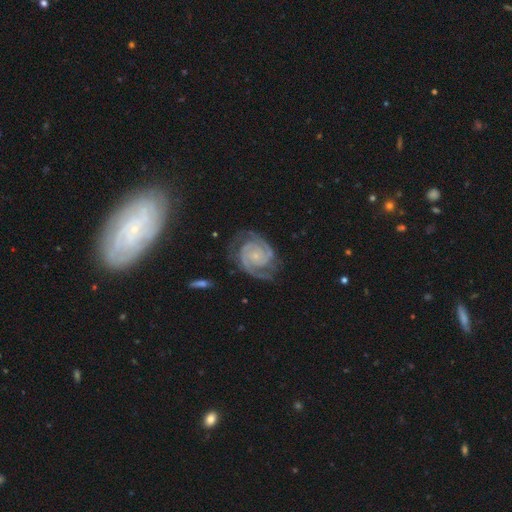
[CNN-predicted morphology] Q: Smooth or featured?
A: featured or disk (92%); runner-up: star or artifact (4%)
Q: Edge-on disk?
A: no (98%); runner-up: yes (2%)
Q: Bar?
A: no (72%); runner-up: weak (20%)
Q: Spiral arms?
A: yes (99%); runner-up: no (1%)
Q: Spiral winding?
A: tight (68%); runner-up: medium (28%)
Q: Spiral arm count?
A: 2 (85%); runner-up: 3 (6%)
Q: Bulge size?
A: small (79%); runner-up: moderate (12%)
Q: Merging?
A: none (75%); runner-up: minor disturbance (16%)